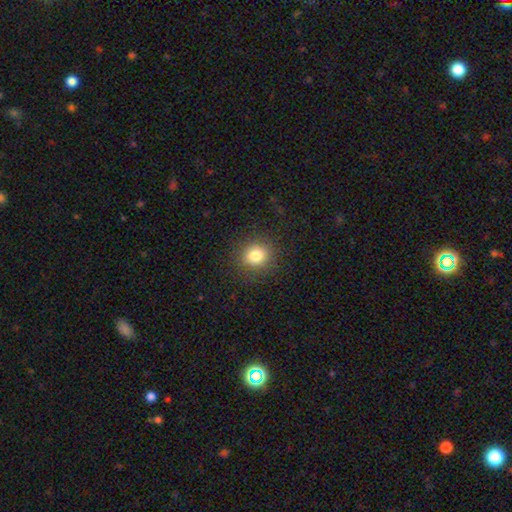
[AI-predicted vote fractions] A smooth galaxy with no disk features (81%) that is round (83%).

Vote fractions:
- Smooth or featured? smooth: 81% / star or artifact: 12% / featured or disk: 7%
- How rounded? round: 83% / in between: 16% / cigar-shaped: 1%
- Merging? none: 89% / minor disturbance: 8% / major disturbance: 3% / merger: 1%